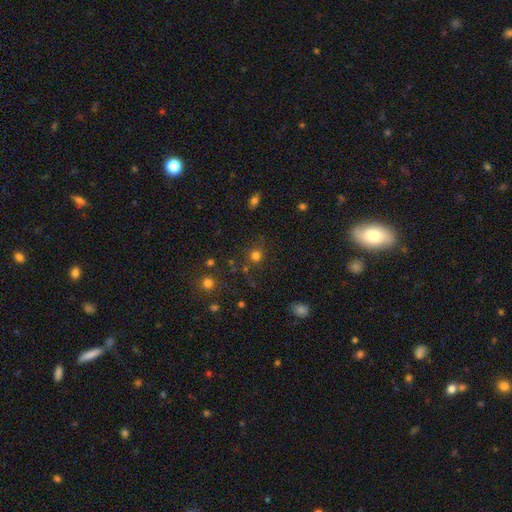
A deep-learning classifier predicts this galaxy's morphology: Q: Smooth or featured?
A: smooth (73%); runner-up: star or artifact (21%)
Q: How rounded?
A: round (91%); runner-up: in between (8%)
Q: Merging?
A: none (78%); runner-up: minor disturbance (11%)